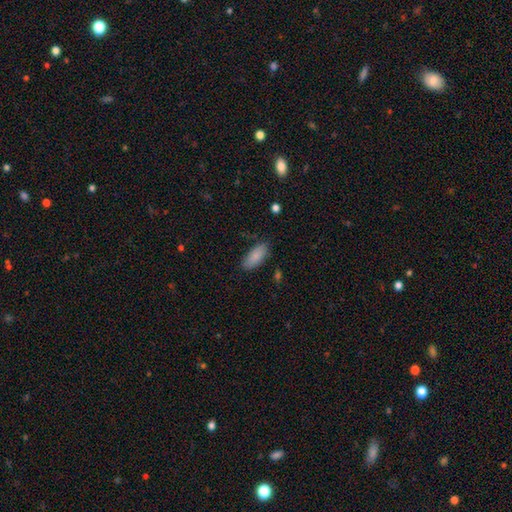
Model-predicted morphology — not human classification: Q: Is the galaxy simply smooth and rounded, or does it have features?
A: smooth — 87%.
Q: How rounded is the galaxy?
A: in between — 87%.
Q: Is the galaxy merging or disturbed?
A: none — 80%.